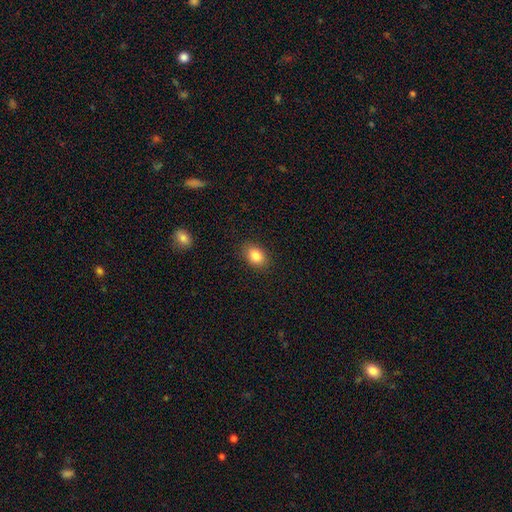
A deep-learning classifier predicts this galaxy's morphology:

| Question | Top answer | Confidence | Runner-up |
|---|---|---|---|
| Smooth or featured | smooth | 85% | star or artifact (9%) |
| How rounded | in between | 75% | round (24%) |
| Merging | none | 87% | minor disturbance (10%) |